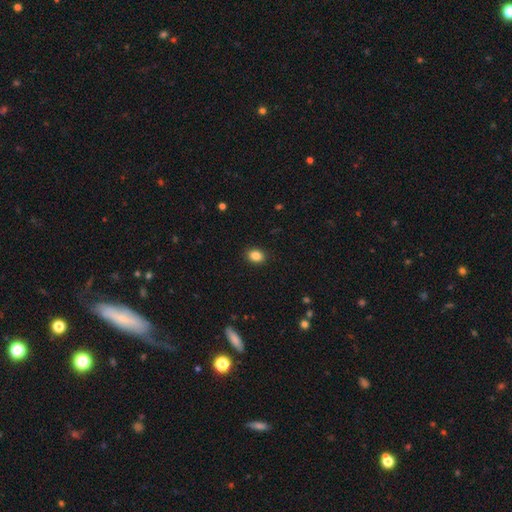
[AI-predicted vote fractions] The model was most divided on "how rounded": in between: 64%, round: 35%, cigar-shaped: 1%. More confident: merging — none (90%); smooth or featured — smooth (86%).